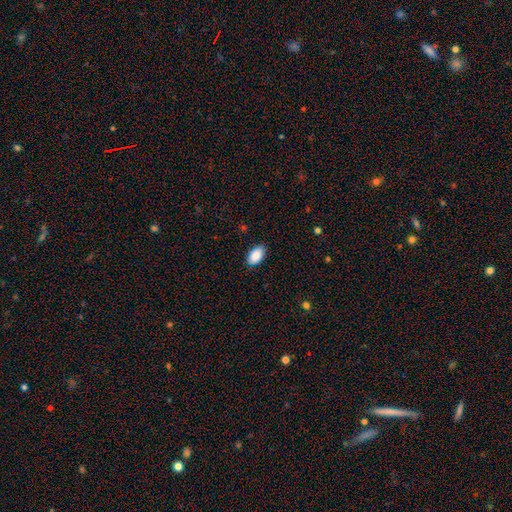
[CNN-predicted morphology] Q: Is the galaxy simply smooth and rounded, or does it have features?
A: smooth — 89%.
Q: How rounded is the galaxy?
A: in between — 94%.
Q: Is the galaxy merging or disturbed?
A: none — 86%.